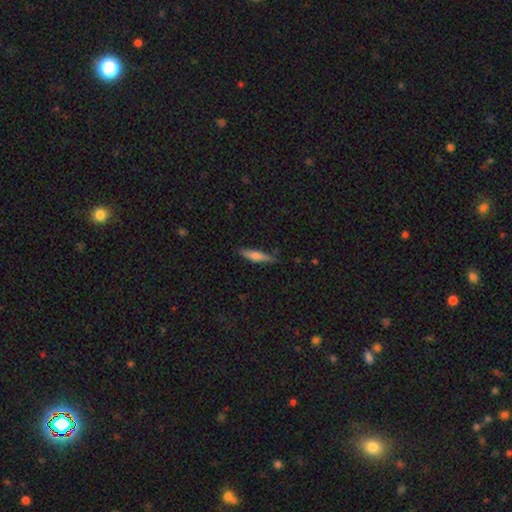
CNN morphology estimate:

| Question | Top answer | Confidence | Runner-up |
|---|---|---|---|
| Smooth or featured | smooth | 63% | featured or disk (30%) |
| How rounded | cigar-shaped | 78% | in between (20%) |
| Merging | none | 80% | minor disturbance (16%) |